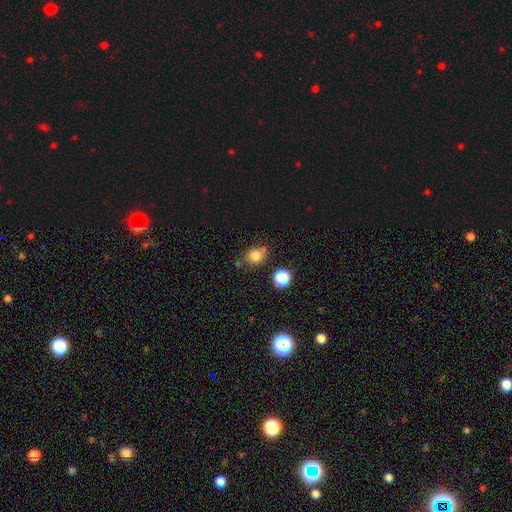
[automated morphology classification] Q: Smooth or featured?
A: smooth (80%); runner-up: star or artifact (13%)
Q: How rounded?
A: round (72%); runner-up: in between (27%)
Q: Merging?
A: none (68%); runner-up: minor disturbance (16%)